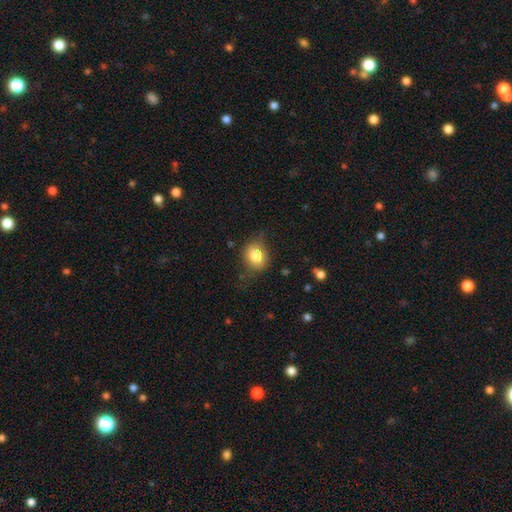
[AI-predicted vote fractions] Morphology: type=smooth (80%); roundness=round (56%); merging=none (67%).